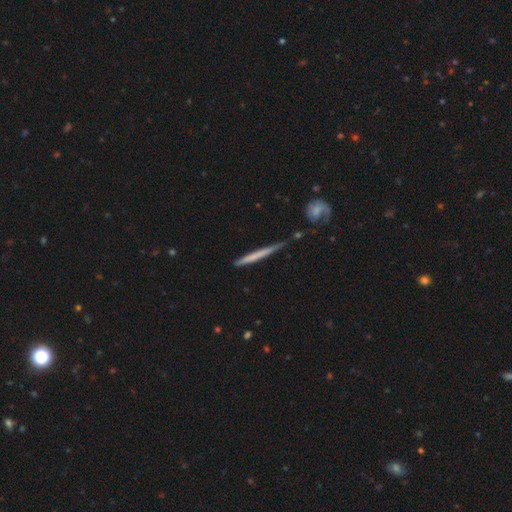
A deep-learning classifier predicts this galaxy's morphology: This appears to be a smooth galaxy with no disk features (53%) that is cigar-shaped (96%). Merging: none (74%).